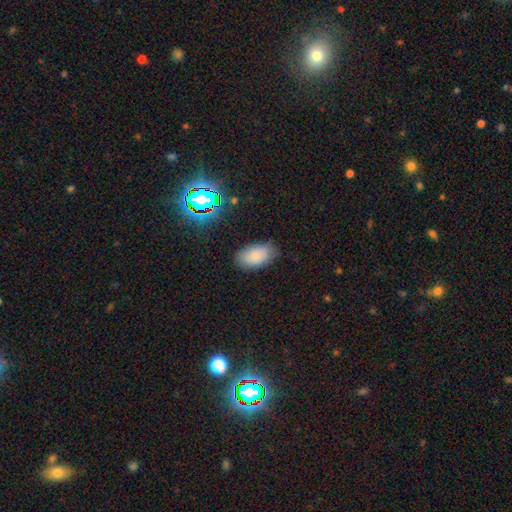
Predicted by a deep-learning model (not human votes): A smooth galaxy with no disk features (83%) that is in between round and cigar-shaped (95%). Merging: none (80%).